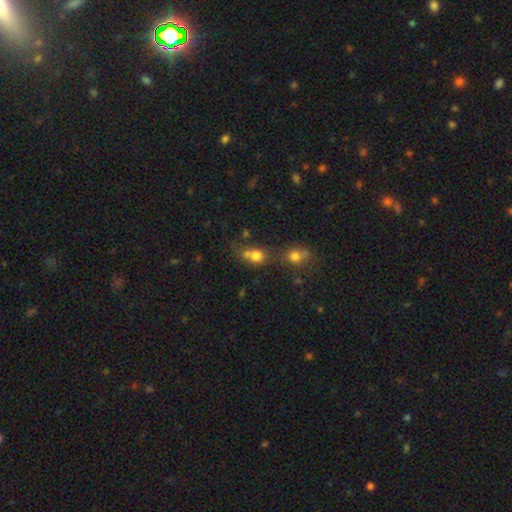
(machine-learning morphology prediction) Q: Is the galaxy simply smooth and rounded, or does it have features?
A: smooth — 73%.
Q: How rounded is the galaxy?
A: round — 68%.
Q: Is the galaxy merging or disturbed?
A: merger — 47%.